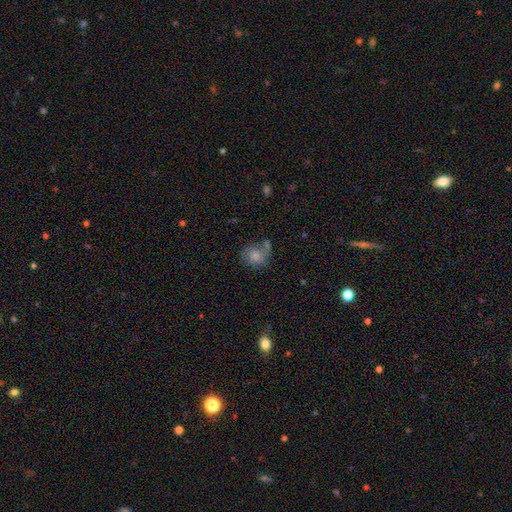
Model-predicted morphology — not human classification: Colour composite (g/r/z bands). It shows a smooth galaxy with no disk features (77%) that is round (74%). Merging: none (50%).